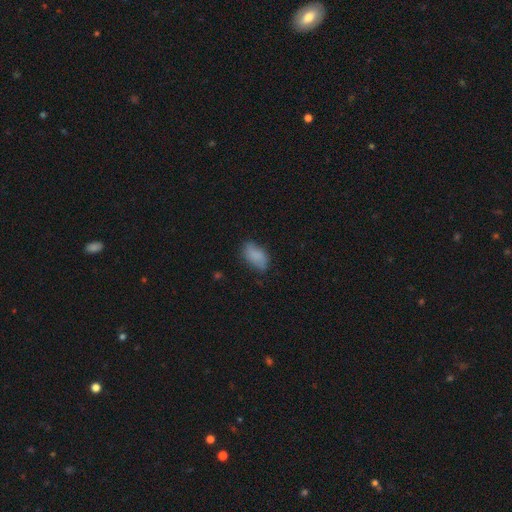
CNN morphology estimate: A smooth galaxy with no disk features (82%) that is in between round and cigar-shaped (92%).

Vote fractions:
- Smooth or featured? smooth: 82% / featured or disk: 10% / star or artifact: 8%
- How rounded? in between: 92% / round: 5% / cigar-shaped: 3%
- Merging? none: 68% / minor disturbance: 24% / major disturbance: 6% / merger: 2%